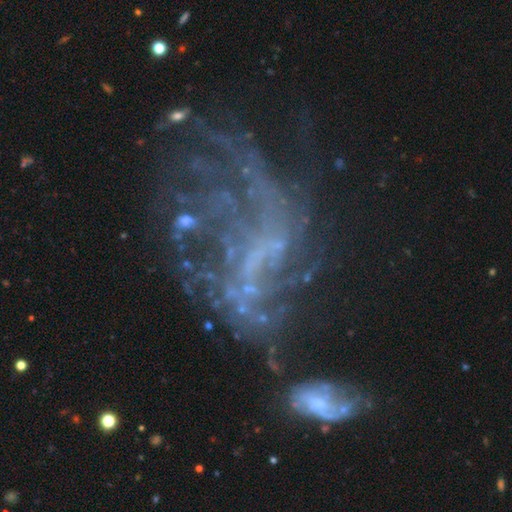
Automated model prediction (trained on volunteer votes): Smooth or featured?
  - featured or disk: 71% *
  - star or artifact: 19%
  - smooth: 11%
Edge-on disk?
  - no: 97% *
  - yes: 3%
Bar?
  - no: 61% *
  - weak: 25%
  - strong: 14%
Spiral arms?
  - no: 52% *
  - yes: 48%
Bulge size?
  - none: 76% *
  - small: 16%
  - moderate: 5%
  - large: 2%
  - dominant: 1%
Merging?
  - major disturbance: 40% *
  - merger: 28%
  - none: 20%
  - minor disturbance: 12%